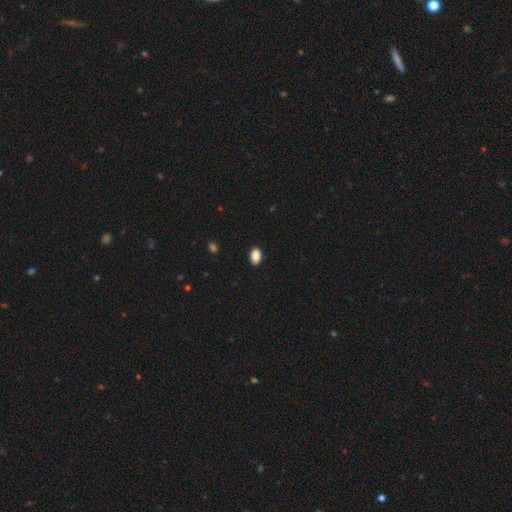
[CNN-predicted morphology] smooth_or_featured: smooth (p=0.89) [alt: star or artifact p=0.08]
how_rounded: in between (p=0.87) [alt: round p=0.11]
merging: none (p=0.89) [alt: minor disturbance p=0.08]